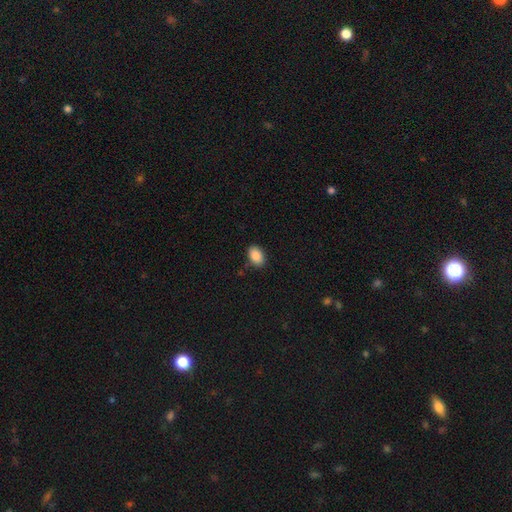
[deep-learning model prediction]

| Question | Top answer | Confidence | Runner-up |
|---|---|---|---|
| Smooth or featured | smooth | 88% | star or artifact (7%) |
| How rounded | in between | 86% | round (13%) |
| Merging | none | 85% | minor disturbance (11%) |